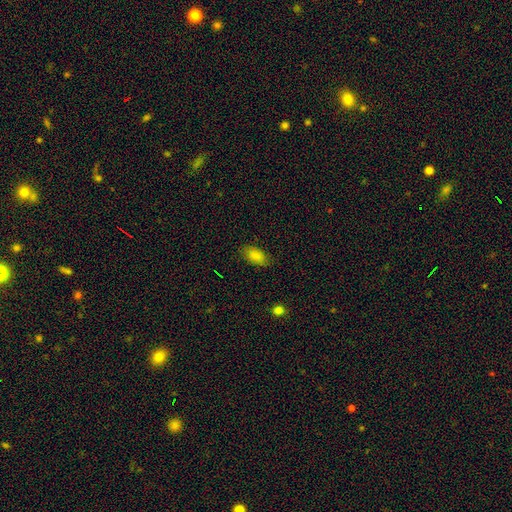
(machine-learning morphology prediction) smooth 82%, featured or disk 9%, star or artifact 9%. Down the decision tree: how rounded — in between (91%); merging — none (82%).